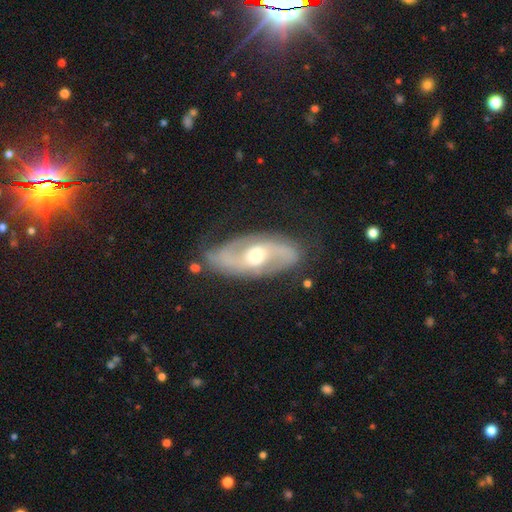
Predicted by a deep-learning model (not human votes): smooth_or_featured: featured or disk (p=0.84) [alt: smooth p=0.11]
disk_edge_on: no (p=0.93) [alt: yes p=0.07]
bar: no (p=0.44) [alt: weak p=0.41]
has_spiral_arms: yes (p=0.91) [alt: no p=0.09]
spiral_winding: medium (p=0.50) [alt: loose p=0.27]
spiral_arm_count: 2 (p=0.90) [alt: can't tell p=0.05]
bulge_size: moderate (p=0.65) [alt: large p=0.22]
merging: none (p=0.75) [alt: minor disturbance p=0.17]